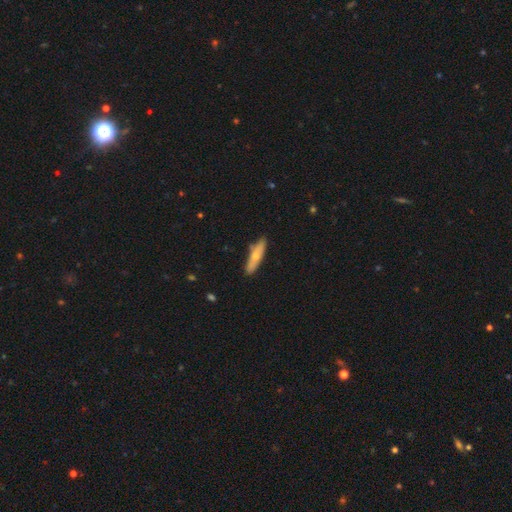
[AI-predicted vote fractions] smooth-or-featured: smooth: 60% | featured or disk: 34% | star or artifact: 6%
  how-rounded: cigar-shaped: 74% | in between: 23% | round: 2%
  merging: none: 82% | minor disturbance: 13% | merger: 3% | major disturbance: 2%